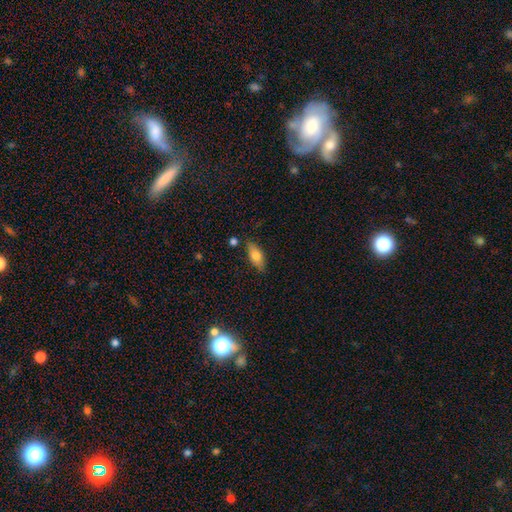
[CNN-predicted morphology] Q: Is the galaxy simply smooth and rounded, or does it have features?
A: smooth — 72%.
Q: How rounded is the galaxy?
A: in between — 80%.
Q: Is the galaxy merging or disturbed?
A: none — 80%.